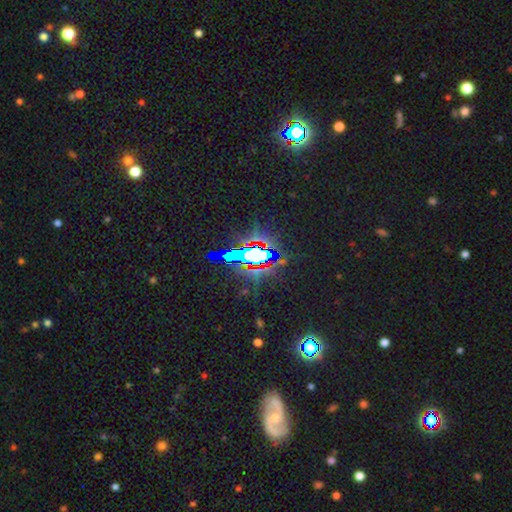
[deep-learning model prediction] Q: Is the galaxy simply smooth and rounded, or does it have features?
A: star or artifact — 69%.